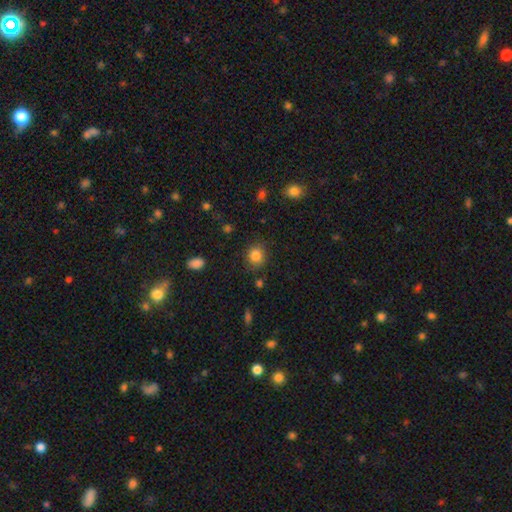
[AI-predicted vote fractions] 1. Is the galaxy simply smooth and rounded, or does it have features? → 84% smooth, 10% star or artifact, 6% featured or disk.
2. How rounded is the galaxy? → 78% round, 21% in between, 1% cigar-shaped.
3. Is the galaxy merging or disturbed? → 83% none, 11% minor disturbance, 3% major disturbance, 2% merger.